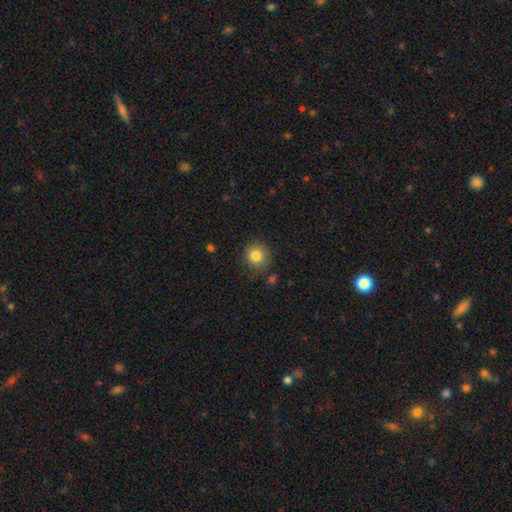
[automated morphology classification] smooth-or-featured: smooth: 83% | star or artifact: 10% | featured or disk: 6%
  how-rounded: round: 91% | in between: 8% | cigar-shaped: 1%
  merging: none: 82% | minor disturbance: 12% | major disturbance: 4% | merger: 2%